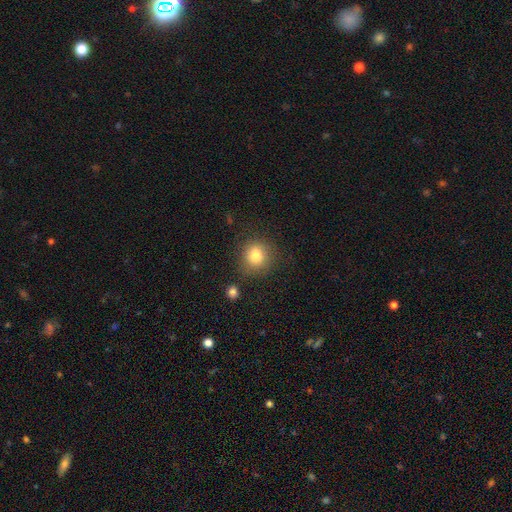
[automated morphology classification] Smooth or featured? Predicted: smooth (p=0.81). How rounded? Predicted: round (p=0.86). Merging? Predicted: none (p=0.79).